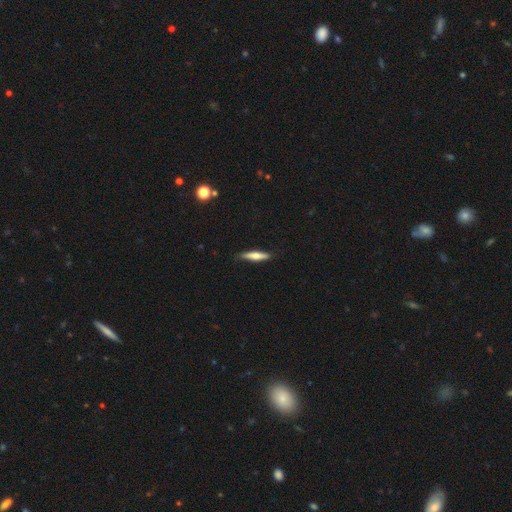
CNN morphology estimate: This is likely a smooth galaxy (61%). How rounded: clearly cigar-shaped (86%). Merging: clearly none (83%).